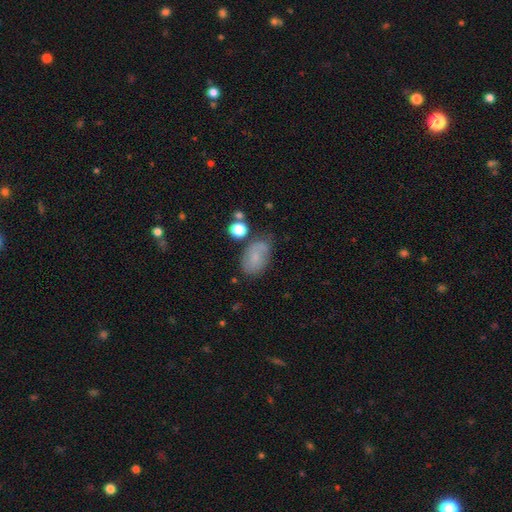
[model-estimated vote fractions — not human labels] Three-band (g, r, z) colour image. It shows a smooth galaxy with no disk features (66%) that is in between round and cigar-shaped (85%). Merging: none (57%).